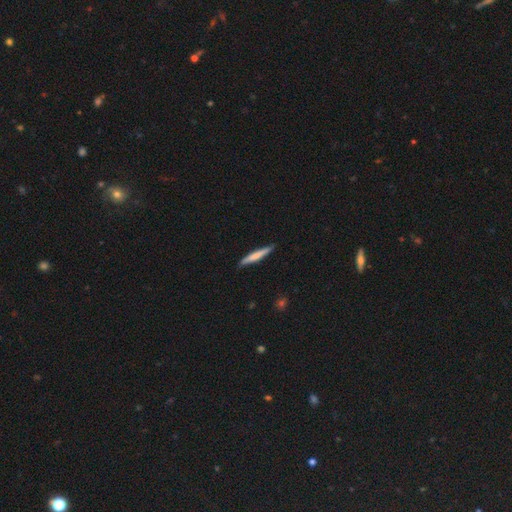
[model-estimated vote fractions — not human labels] smooth 63%, featured or disk 32%, star or artifact 5%. Down the decision tree: how rounded — cigar-shaped (95%); merging — none (87%).